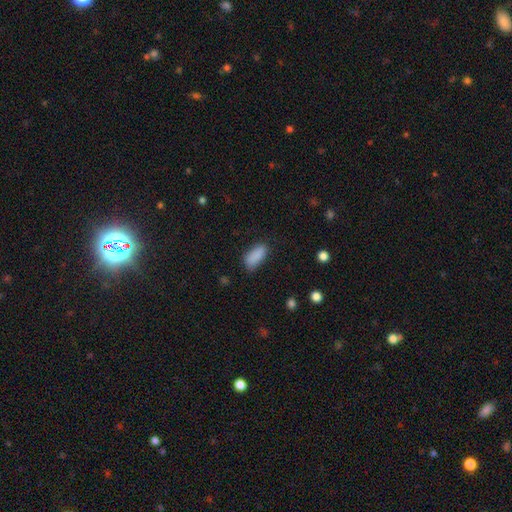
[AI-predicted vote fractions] This appears to be a smooth galaxy with no disk features (88%) that is in between round and cigar-shaped (86%). Merging: none (75%).